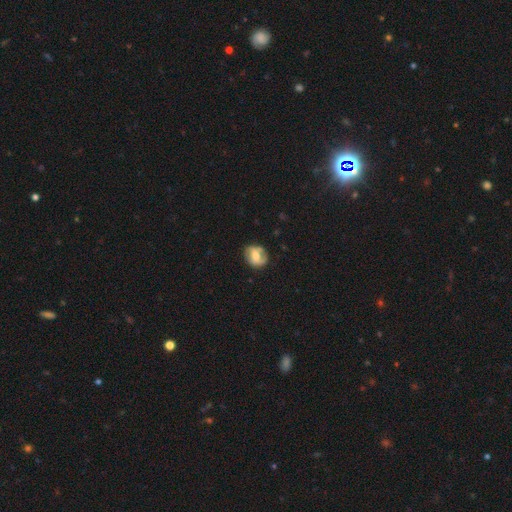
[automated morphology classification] featured or disk 47%, smooth 45%, star or artifact 8%. Down the decision tree: merging — none (75%).